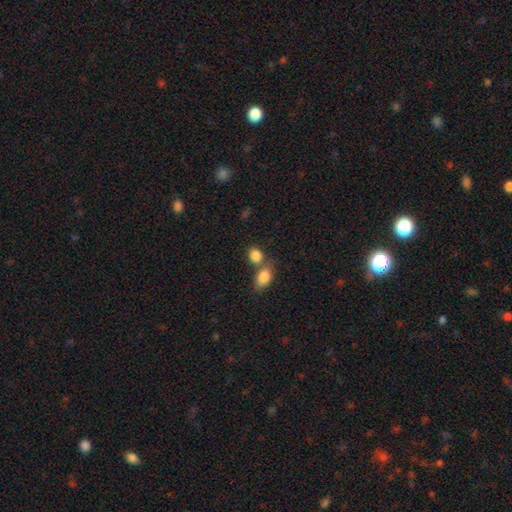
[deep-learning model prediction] smooth 86%, star or artifact 9%, featured or disk 6%. Down the decision tree: how rounded — round (50%); merging — merger (44%, tied with none).